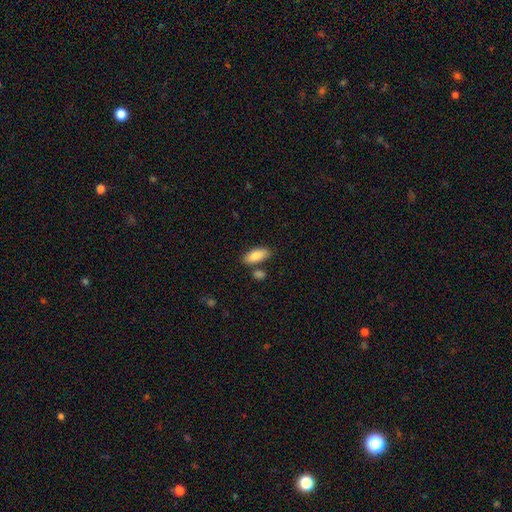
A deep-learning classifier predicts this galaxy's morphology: A smooth galaxy with no disk features (86%) that is in between round and cigar-shaped (83%). Merging: none (76%).